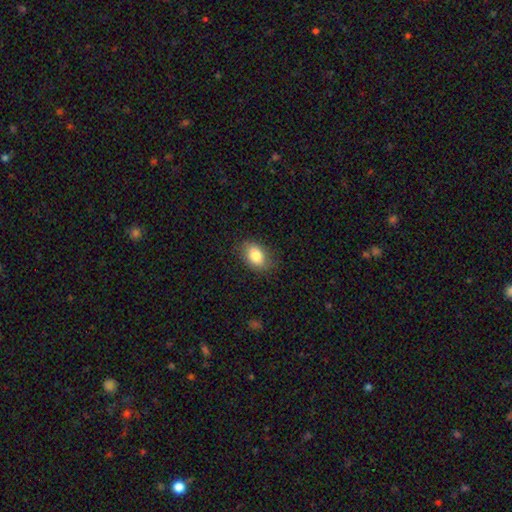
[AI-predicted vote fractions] This appears to be a smooth galaxy with no disk features (82%) that is in between round and cigar-shaped (83%). Merging: none (82%).